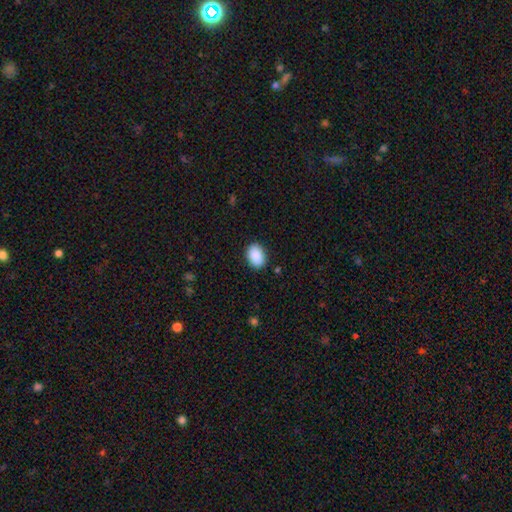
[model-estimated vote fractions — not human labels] smooth 90%, star or artifact 7%, featured or disk 3%. Down the decision tree: how rounded — in between (83%); merging — none (88%).